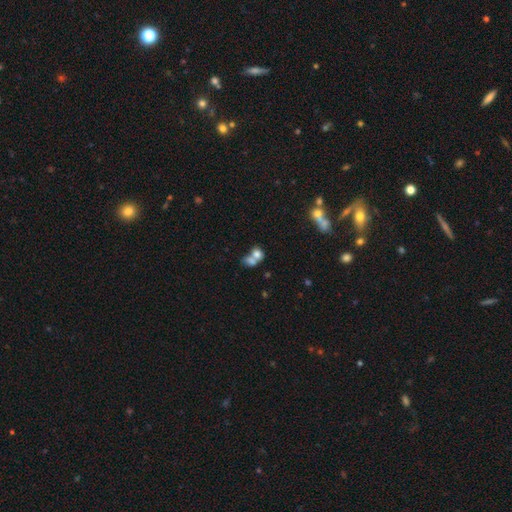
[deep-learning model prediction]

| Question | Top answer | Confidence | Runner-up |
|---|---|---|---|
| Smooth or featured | smooth | 72% | featured or disk (16%) |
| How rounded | in between | 53% | round (45%) |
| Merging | merger | 65% | none (22%) |